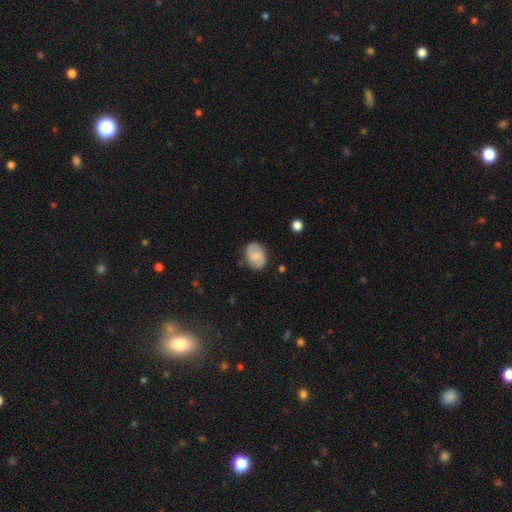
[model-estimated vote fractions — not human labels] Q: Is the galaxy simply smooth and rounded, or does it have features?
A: smooth — 53%.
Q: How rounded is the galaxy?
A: in between — 66%.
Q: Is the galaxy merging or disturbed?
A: none — 79%.